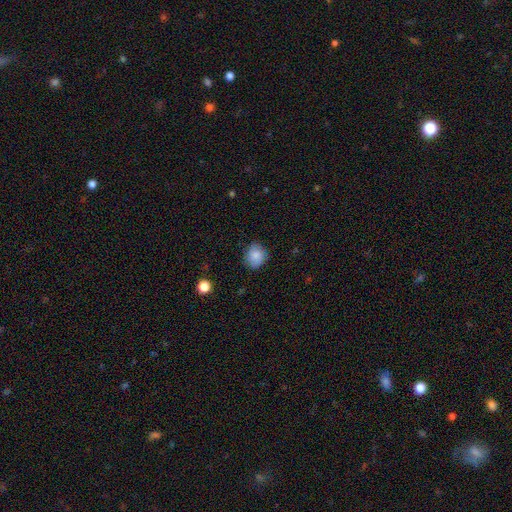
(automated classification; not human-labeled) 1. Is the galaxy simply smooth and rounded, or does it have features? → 85% smooth, 9% star or artifact, 6% featured or disk.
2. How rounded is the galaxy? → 75% round, 24% in between, 1% cigar-shaped.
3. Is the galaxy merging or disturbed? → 81% none, 15% minor disturbance, 3% major disturbance, 1% merger.